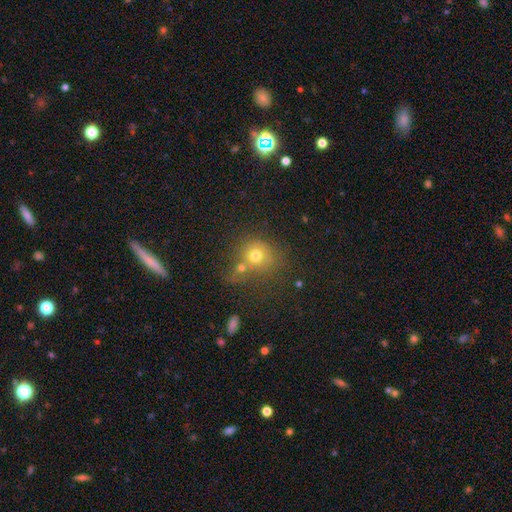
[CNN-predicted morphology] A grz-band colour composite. It shows a smooth galaxy with no disk features (71%) that is round (82%). Merging: none (47%).